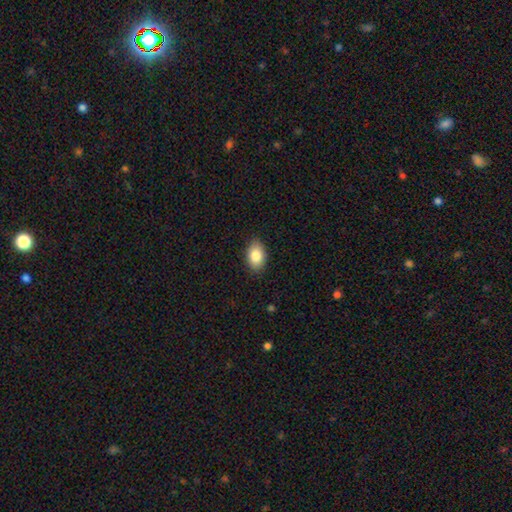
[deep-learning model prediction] A smooth galaxy with no disk features (84%) that is in between round and cigar-shaped (90%). Merging: none (88%).